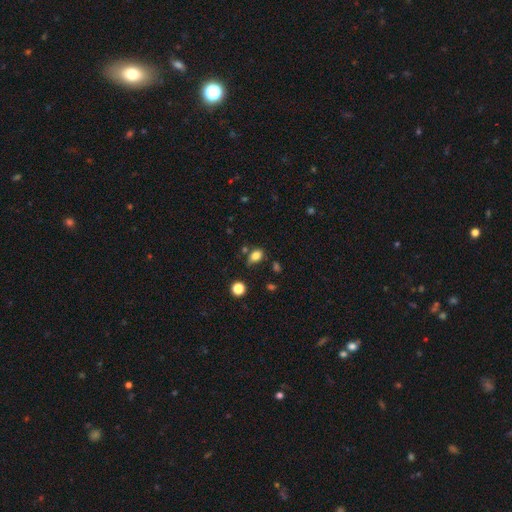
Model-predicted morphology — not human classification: A smooth galaxy with no disk features (81%) that is in between round and cigar-shaped (73%). Merging: none (59%).